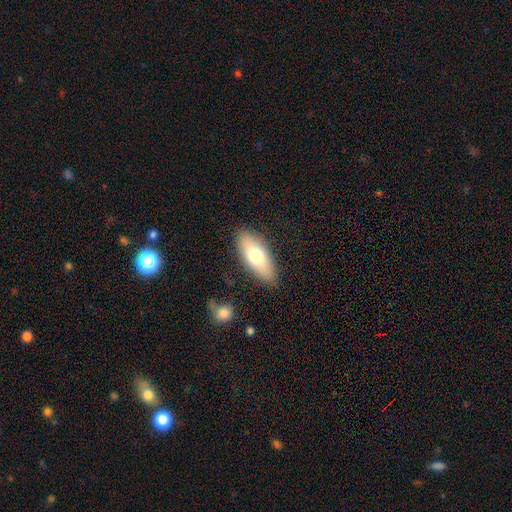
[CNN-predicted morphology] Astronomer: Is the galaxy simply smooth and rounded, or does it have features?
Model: smooth — 70%.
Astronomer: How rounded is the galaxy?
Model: in between — 77%.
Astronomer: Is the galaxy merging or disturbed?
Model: none — 86%.